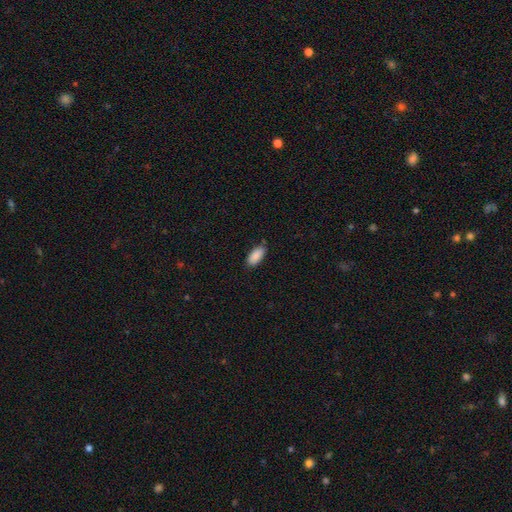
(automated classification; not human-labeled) The model was most divided on "merging": none: 84%, minor disturbance: 13%, major disturbance: 2%, merger: 1%. More confident: smooth or featured — smooth (91%); how rounded — in between (90%).